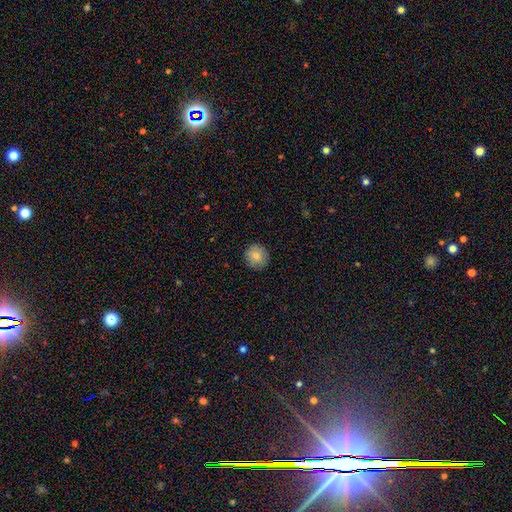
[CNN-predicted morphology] smooth_or_featured: smooth (p=0.83) [alt: star or artifact p=0.08]
how_rounded: round (p=0.91) [alt: in between p=0.08]
merging: none (p=0.89) [alt: minor disturbance p=0.08]